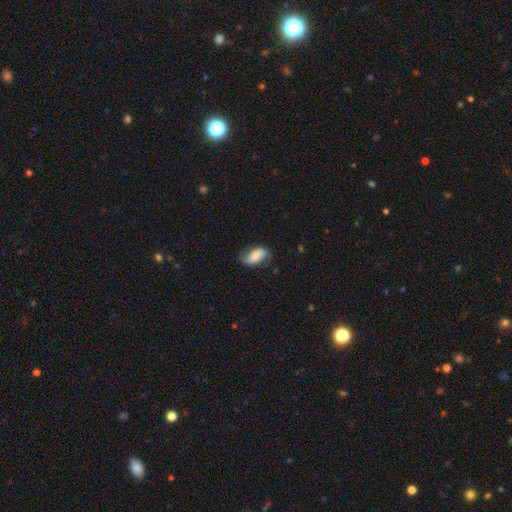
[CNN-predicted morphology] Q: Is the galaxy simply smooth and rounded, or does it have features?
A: smooth — 60%.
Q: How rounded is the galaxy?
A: in between — 90%.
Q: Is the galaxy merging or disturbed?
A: none — 64%.